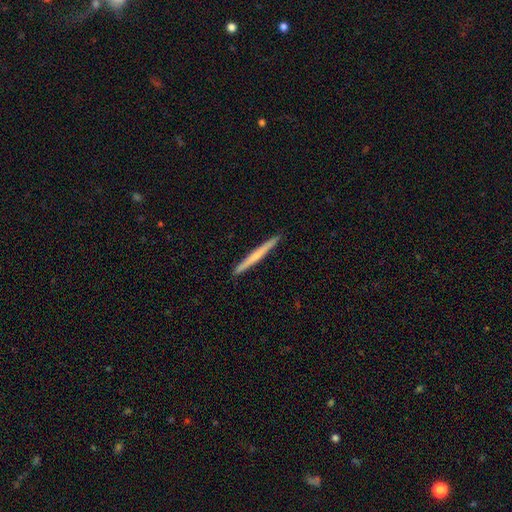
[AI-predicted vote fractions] smooth 50%, featured or disk 45%, star or artifact 5%. Down the decision tree: merging — none (93%).